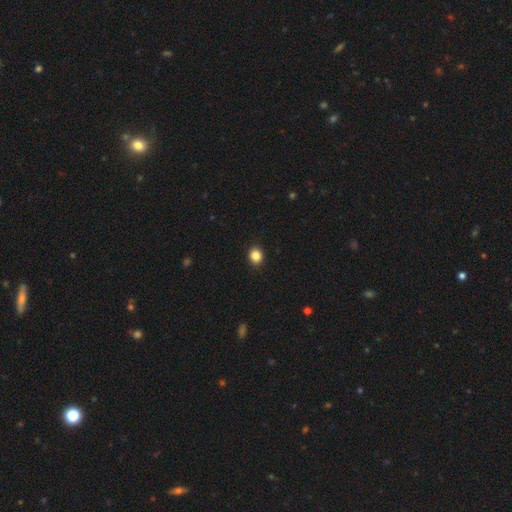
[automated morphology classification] Smooth or featured?
  - smooth: 85% *
  - star or artifact: 11%
  - featured or disk: 4%
How rounded?
  - round: 79% *
  - in between: 20%
  - cigar-shaped: 1%
Merging?
  - none: 92% *
  - minor disturbance: 6%
  - major disturbance: 2%
  - merger: 1%